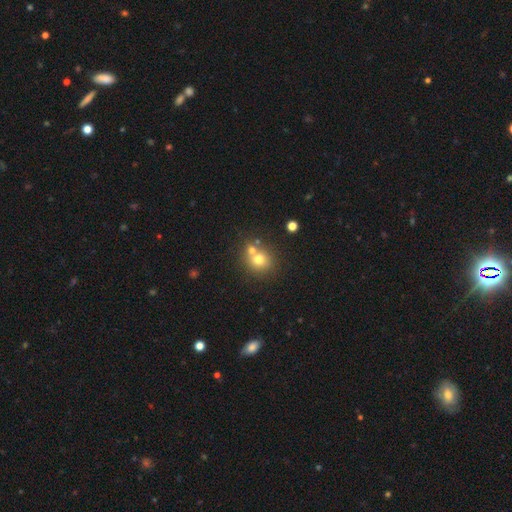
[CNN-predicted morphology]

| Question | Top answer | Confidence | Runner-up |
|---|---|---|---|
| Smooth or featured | smooth | 69% | star or artifact (17%) |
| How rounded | round | 82% | in between (17%) |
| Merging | none | 54% | merger (35%) |